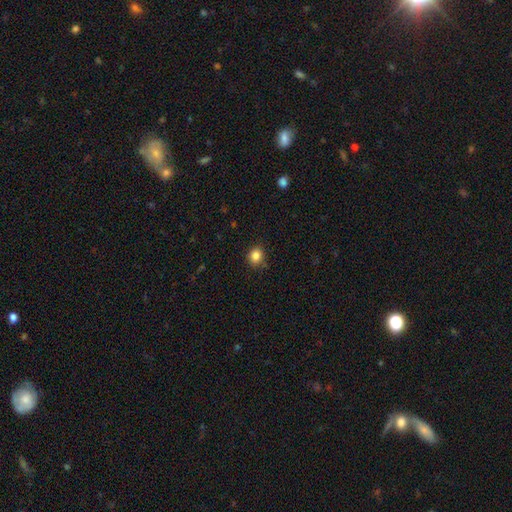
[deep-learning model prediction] Smooth or featured? Predicted: smooth (p=0.85). How rounded? Predicted: round (p=0.74). Merging? Predicted: none (p=0.86).